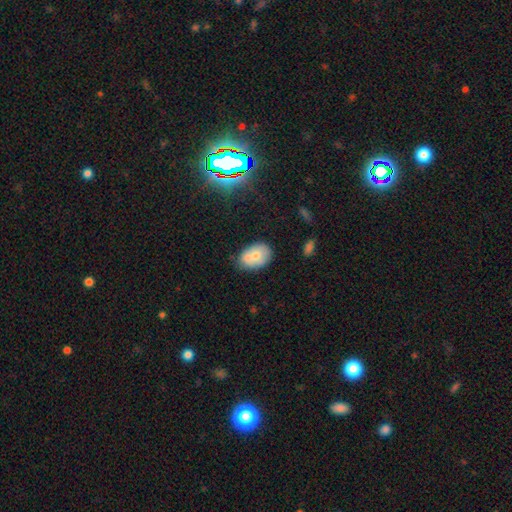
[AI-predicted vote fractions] This appears to be a smooth galaxy with no disk features (65%) that is in between round and cigar-shaped (78%). Merging: none (58%).